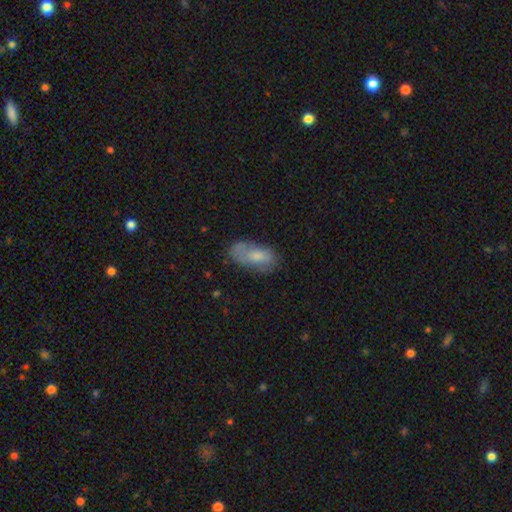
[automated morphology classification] smooth 65%, featured or disk 27%, star or artifact 8%. Down the decision tree: how rounded — in between (90%); merging — none (54%).